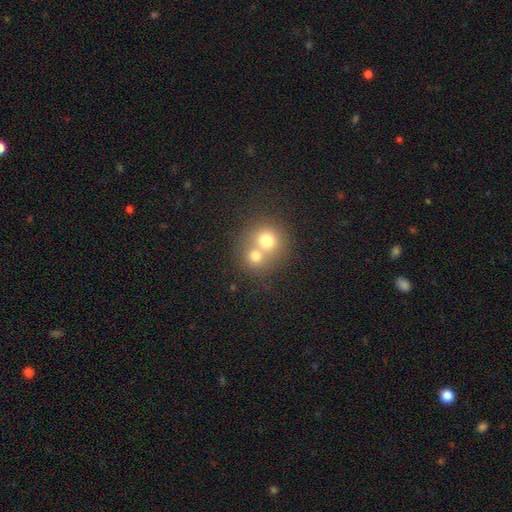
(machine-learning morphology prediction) A smooth galaxy with no disk features (71%) that is round (82%). Merging: merger (61%).